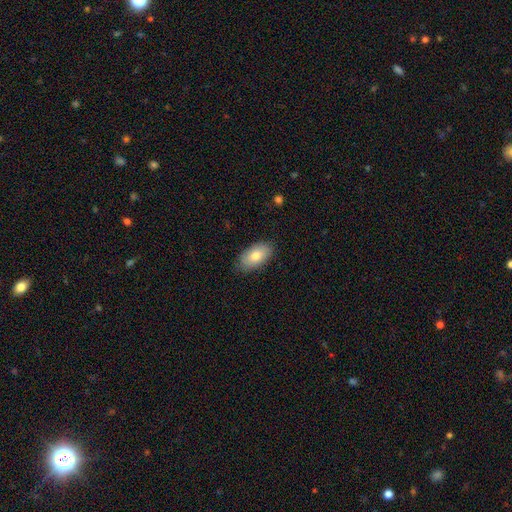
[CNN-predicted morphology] type=smooth (78%); roundness=in between (94%); merging=none (83%).